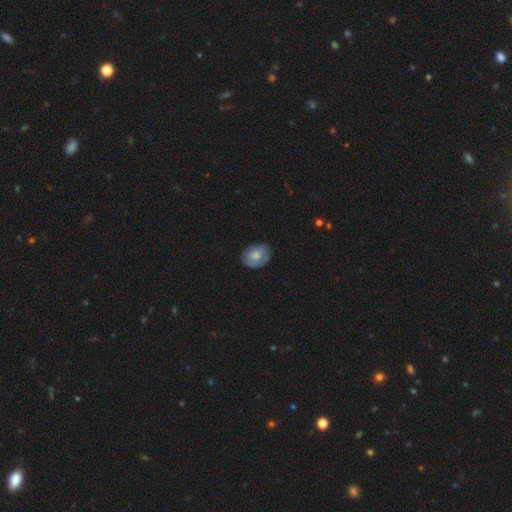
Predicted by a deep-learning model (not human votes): Smooth or featured? Predicted: smooth (p=0.71). How rounded? Predicted: in between (p=0.68). Merging? Predicted: none (p=0.80).